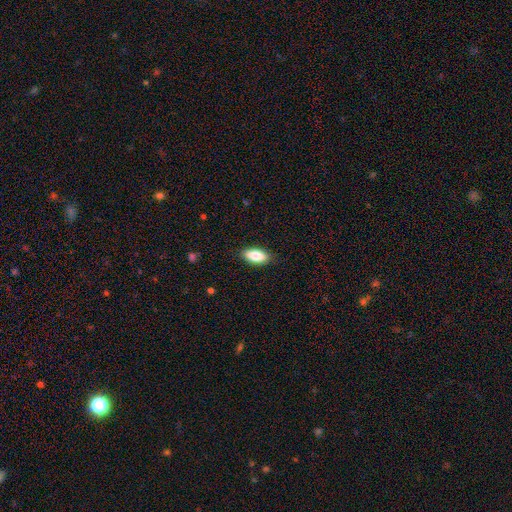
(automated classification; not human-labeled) Smooth or featured? smooth (85%)
How rounded? in between (88%)
Merging? none (87%)